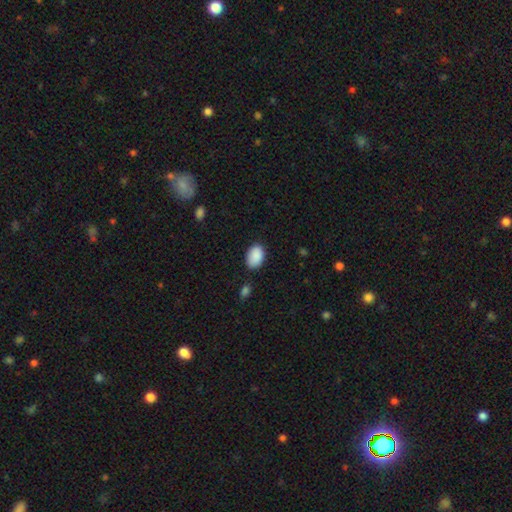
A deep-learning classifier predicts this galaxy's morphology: smooth 90%, star or artifact 7%, featured or disk 3%. Down the decision tree: how rounded — in between (87%); merging — none (81%).